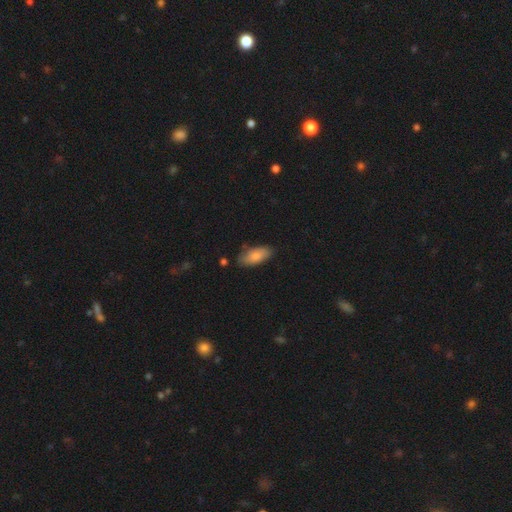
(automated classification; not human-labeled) Q: Smooth or featured?
A: smooth (82%); runner-up: featured or disk (12%)
Q: How rounded?
A: in between (87%); runner-up: cigar-shaped (11%)
Q: Merging?
A: none (78%); runner-up: minor disturbance (17%)